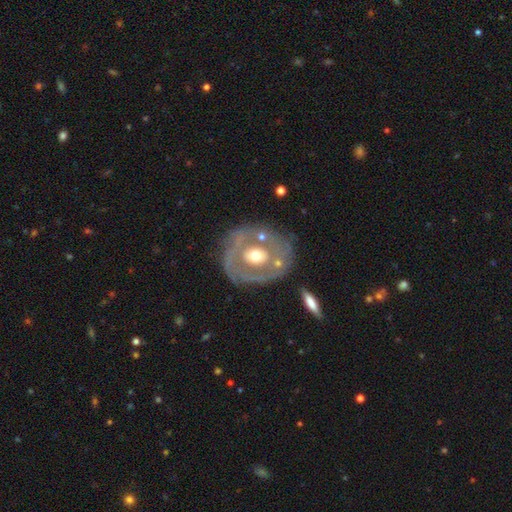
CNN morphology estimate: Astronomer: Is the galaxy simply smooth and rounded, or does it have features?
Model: featured or disk — 72%.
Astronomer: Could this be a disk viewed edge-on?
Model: no — 94%.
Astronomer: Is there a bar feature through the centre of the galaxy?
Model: no — 54%.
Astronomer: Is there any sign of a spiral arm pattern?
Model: no — 60% (runner-up: yes, 40%).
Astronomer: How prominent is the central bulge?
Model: moderate — 73%.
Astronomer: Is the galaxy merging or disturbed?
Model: none — 69%.